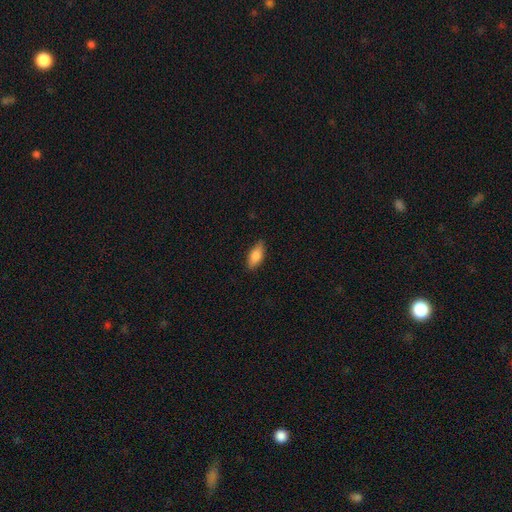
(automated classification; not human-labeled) smooth_or_featured: smooth (p=0.83) [alt: featured or disk p=0.11]
how_rounded: in between (p=0.85) [alt: cigar-shaped p=0.12]
merging: none (p=0.84) [alt: minor disturbance p=0.12]